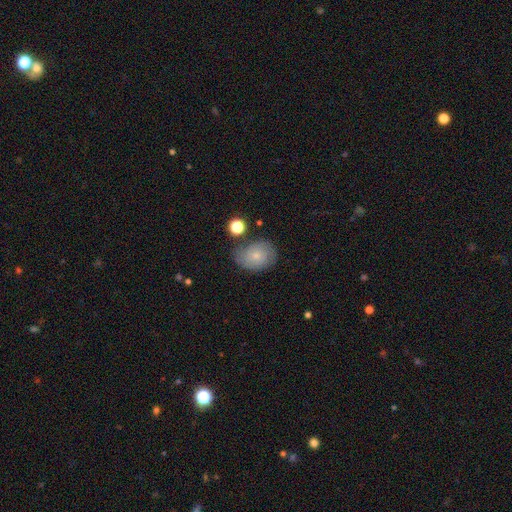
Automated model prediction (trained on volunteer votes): smooth-or-featured: smooth: 60% | featured or disk: 30% | star or artifact: 10%
  how-rounded: in between: 52% | round: 47% | cigar-shaped: 1%
  merging: none: 64% | minor disturbance: 23% | major disturbance: 7% | merger: 5%